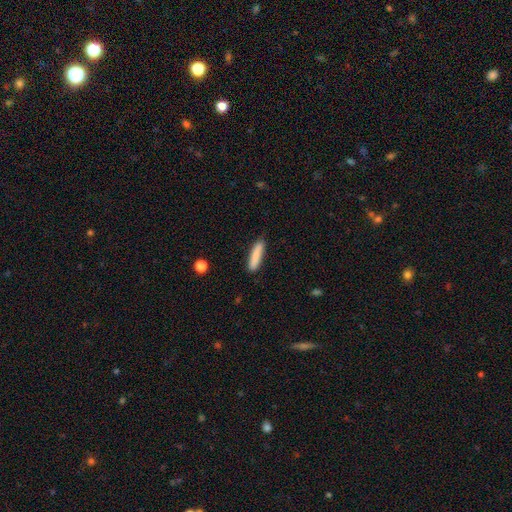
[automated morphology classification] This is clearly a smooth galaxy (85%). How rounded: clearly cigar-shaped (81%). Merging: clearly none (85%).